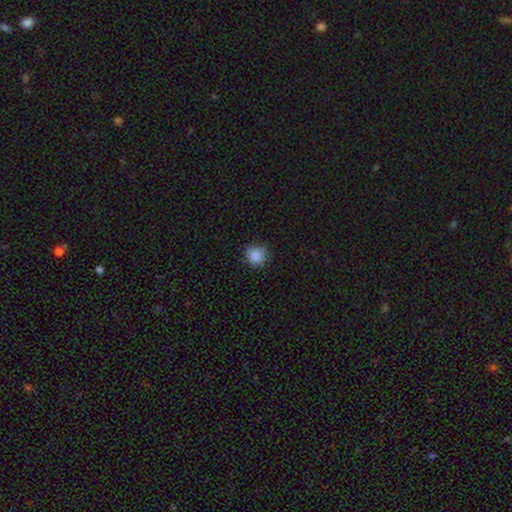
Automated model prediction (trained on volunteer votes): Smooth or featured? Predicted: smooth (p=0.87). How rounded? Predicted: round (p=0.90). Merging? Predicted: none (p=0.85).